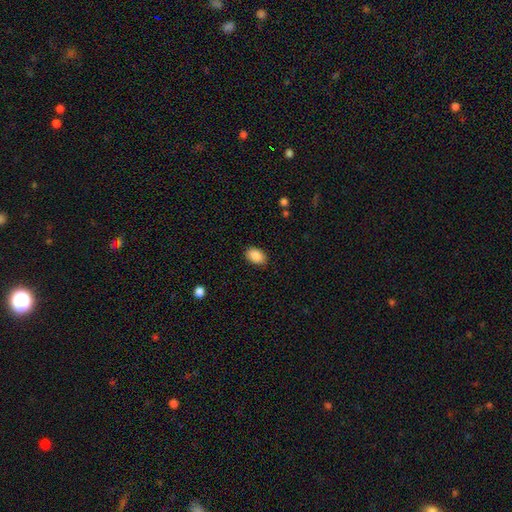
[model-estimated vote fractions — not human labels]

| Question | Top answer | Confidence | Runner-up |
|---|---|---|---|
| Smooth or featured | smooth | 89% | star or artifact (7%) |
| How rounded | in between | 89% | round (10%) |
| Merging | none | 87% | minor disturbance (10%) |